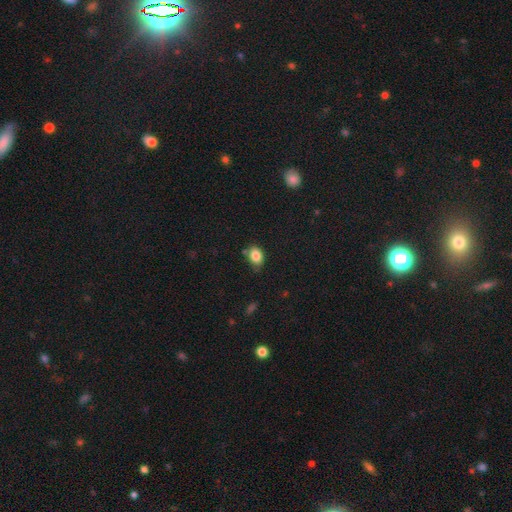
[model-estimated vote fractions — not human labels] smooth 84%, star or artifact 9%, featured or disk 7%. Down the decision tree: how rounded — in between (74%); merging — none (67%).